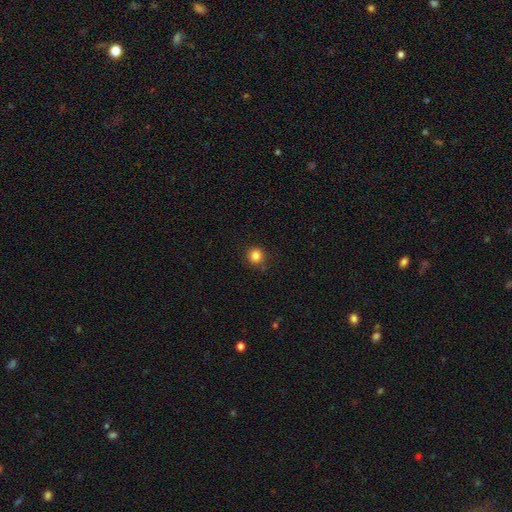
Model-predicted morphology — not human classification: Smooth or featured: smooth — 84% (star or artifact — 12%)
How rounded: round — 94% (in between — 5%)
Merging: none — 90% (minor disturbance — 7%)